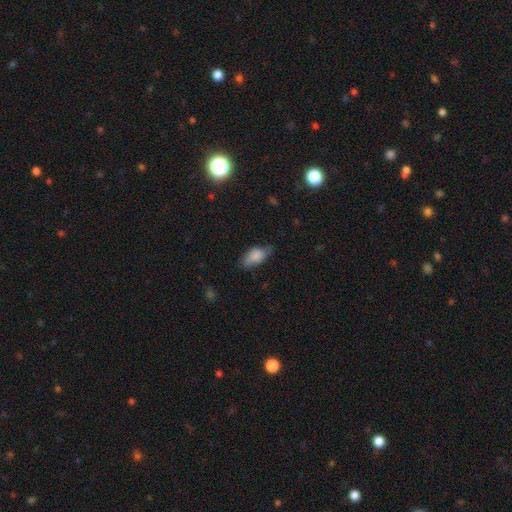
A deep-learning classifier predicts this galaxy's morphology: type=smooth (80%); roundness=in between (90%); merging=none (62%).